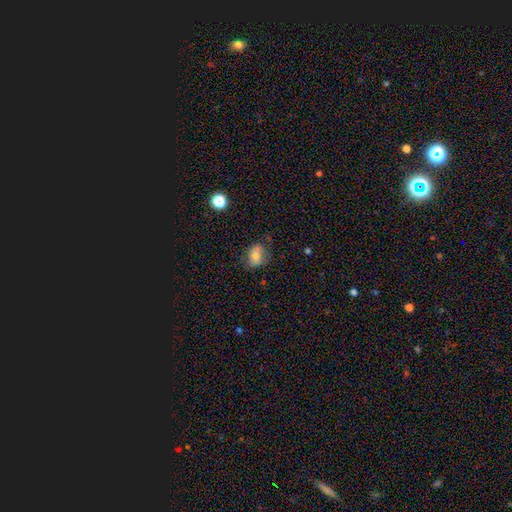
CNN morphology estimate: Smooth or featured? Predicted: smooth (p=0.66). How rounded? Predicted: in between (p=0.62). Merging? Predicted: none (p=0.57).